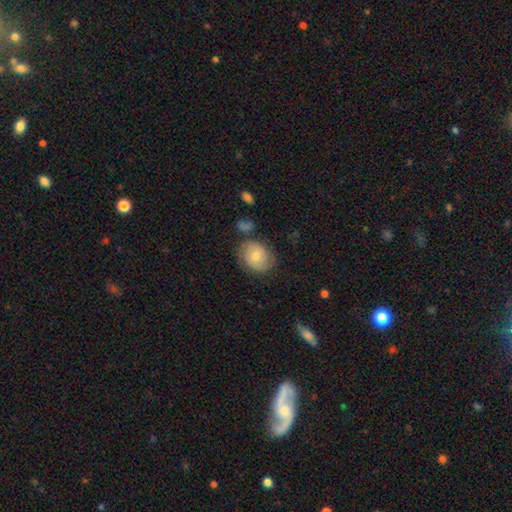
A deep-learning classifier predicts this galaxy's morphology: This appears to be a smooth galaxy with no disk features (50%). Merging: none (74%).